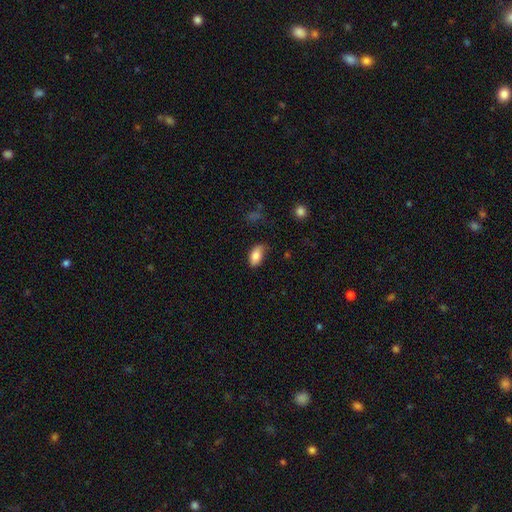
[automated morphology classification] Smooth or featured? smooth (85%)
How rounded? in between (93%)
Merging? none (68%)